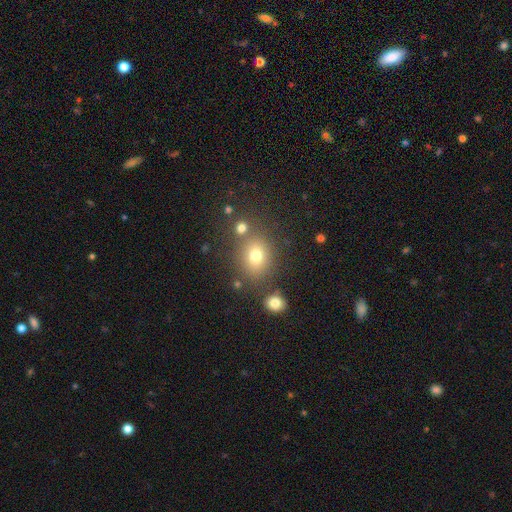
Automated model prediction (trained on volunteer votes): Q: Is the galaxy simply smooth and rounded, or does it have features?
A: smooth — 74%.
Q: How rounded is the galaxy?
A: round — 54%.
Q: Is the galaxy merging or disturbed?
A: none — 72%.